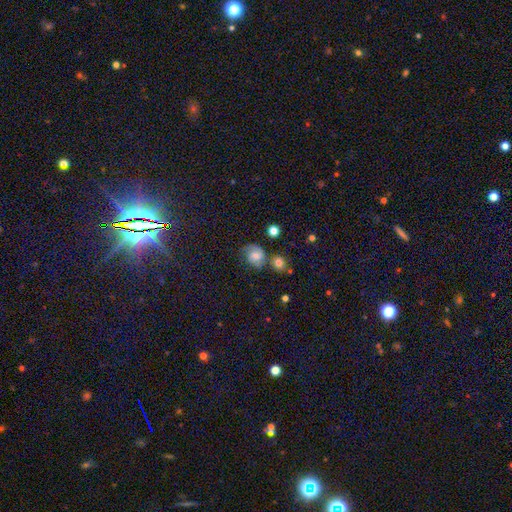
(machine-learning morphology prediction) Overall: featured or disk (44%; smooth 43%). Merging: none (57%; minor disturbance 21%).